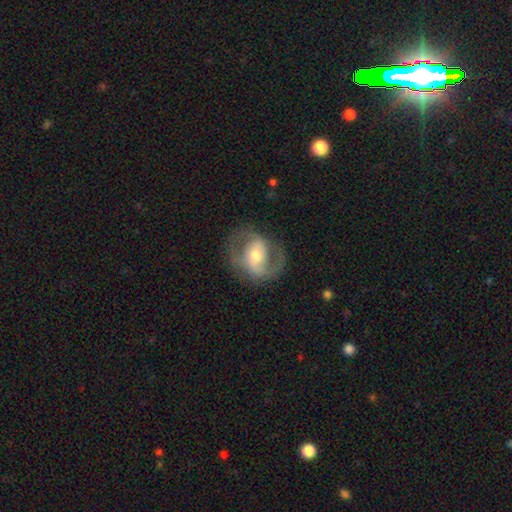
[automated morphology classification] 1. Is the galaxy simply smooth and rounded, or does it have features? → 75% featured or disk, 19% smooth, 6% star or artifact.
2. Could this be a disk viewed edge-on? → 96% no, 4% yes.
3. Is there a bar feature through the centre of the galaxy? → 38% weak, 34% no, 27% strong.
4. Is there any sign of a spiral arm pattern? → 82% yes, 18% no.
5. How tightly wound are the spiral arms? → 50% medium, 29% loose, 21% tight.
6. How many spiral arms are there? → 80% 2, 8% 1, 8% can't tell, 2% 3, 1% 4, 1% more than 4.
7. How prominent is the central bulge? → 65% moderate, 25% small, 8% large, 1% none, 1% dominant.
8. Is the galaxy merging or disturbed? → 68% none, 17% minor disturbance, 14% major disturbance, 1% merger.